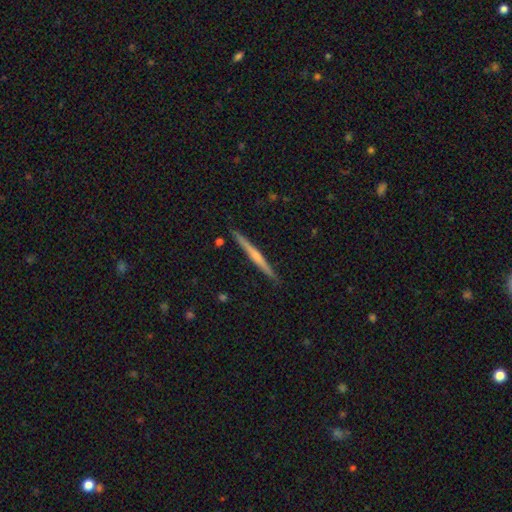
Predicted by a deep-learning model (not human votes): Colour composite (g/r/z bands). It shows a featured or disk galaxy (57%) viewed edge-on (98%) with no central bulge (53%). Merging: none (90%).